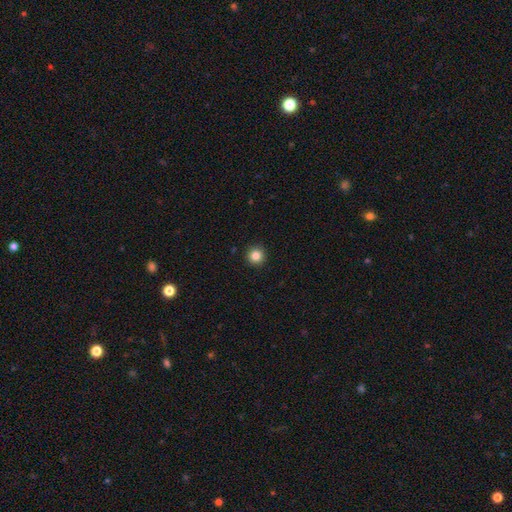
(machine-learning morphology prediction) Smooth or featured? Predicted: smooth (p=0.85). How rounded? Predicted: round (p=0.95). Merging? Predicted: none (p=0.93).